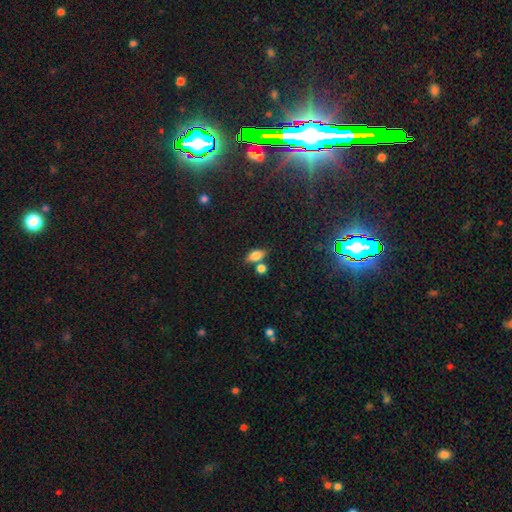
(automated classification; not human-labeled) Smooth or featured?
  - smooth: 78% *
  - featured or disk: 12%
  - star or artifact: 10%
How rounded?
  - in between: 84% *
  - round: 8%
  - cigar-shaped: 8%
Merging?
  - none: 62% *
  - merger: 21%
  - minor disturbance: 13%
  - major disturbance: 4%